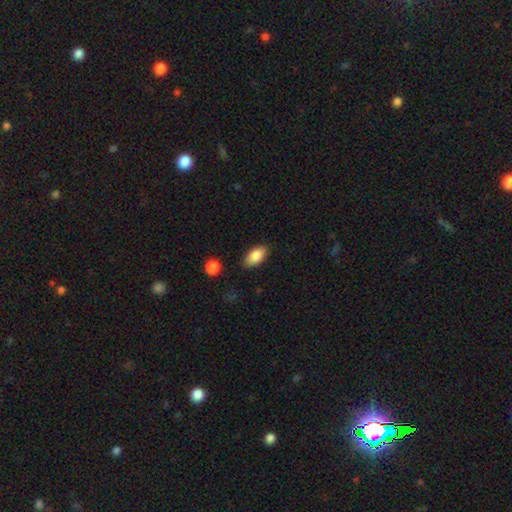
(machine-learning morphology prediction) smooth-or-featured: smooth: 85% | featured or disk: 8% | star or artifact: 7%
  how-rounded: in between: 92% | round: 4% | cigar-shaped: 4%
  merging: none: 85% | minor disturbance: 11% | major disturbance: 2% | merger: 2%